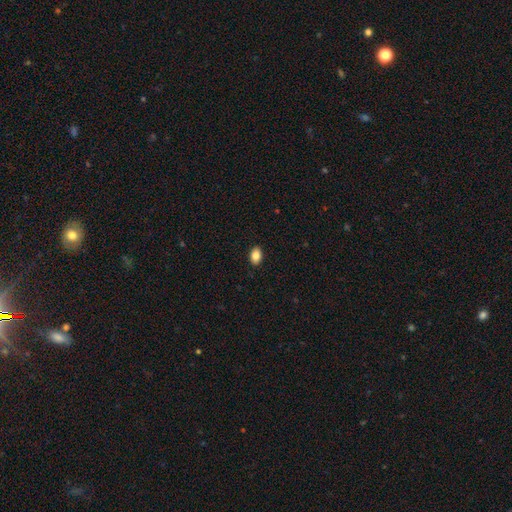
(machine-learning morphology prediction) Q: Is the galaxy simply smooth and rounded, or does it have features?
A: smooth — 85%.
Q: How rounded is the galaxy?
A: in between — 85%.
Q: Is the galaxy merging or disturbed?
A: none — 90%.